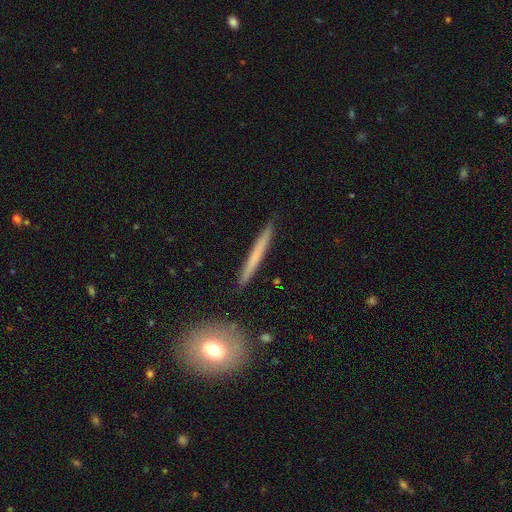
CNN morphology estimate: The model was most divided on "smooth or featured": smooth: 56%, featured or disk: 38%, star or artifact: 6%. More confident: how rounded — cigar-shaped (96%); merging — none (91%).